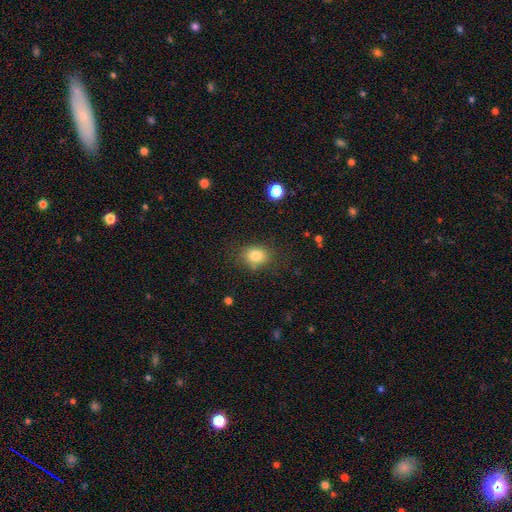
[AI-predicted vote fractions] This is clearly a smooth galaxy (81%). How rounded: possibly in between (54%). Merging: likely none (78%).